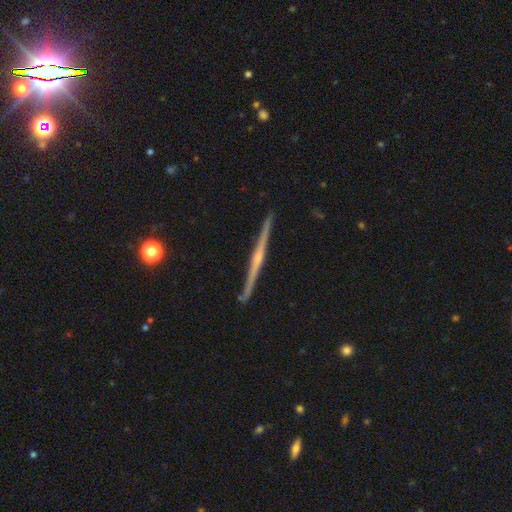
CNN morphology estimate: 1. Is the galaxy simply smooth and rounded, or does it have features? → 83% featured or disk, 10% smooth, 6% star or artifact.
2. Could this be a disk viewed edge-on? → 98% yes, 2% no.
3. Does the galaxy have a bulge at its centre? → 69% rounded, 22% none, 8% boxy.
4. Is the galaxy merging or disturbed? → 91% none, 6% minor disturbance, 1% merger, 1% major disturbance.